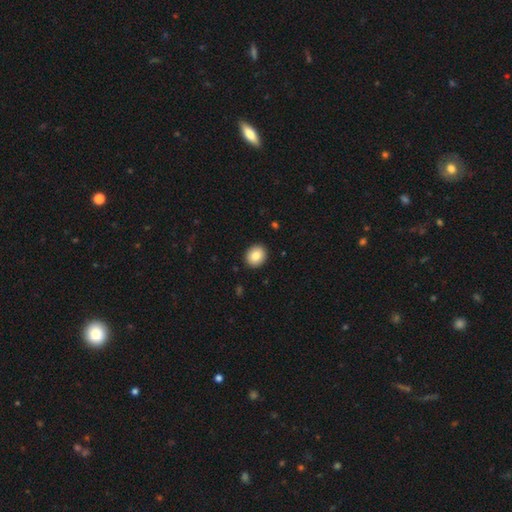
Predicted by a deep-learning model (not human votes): A smooth galaxy with no disk features (83%) that is round (65%).

Vote fractions:
- Smooth or featured? smooth: 83% / featured or disk: 9% / star or artifact: 8%
- How rounded? round: 65% / in between: 34% / cigar-shaped: 1%
- Merging? none: 91% / minor disturbance: 6% / major disturbance: 2% / merger: 1%